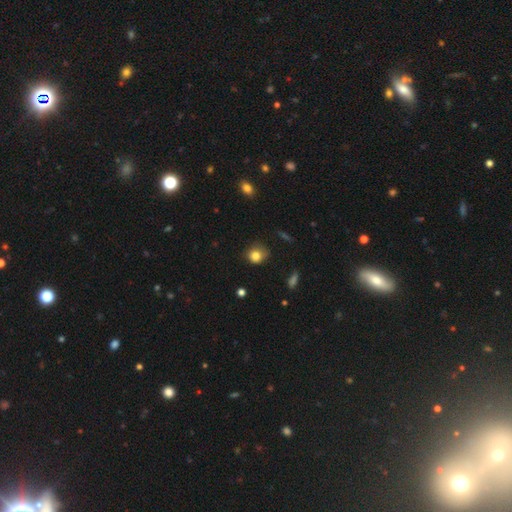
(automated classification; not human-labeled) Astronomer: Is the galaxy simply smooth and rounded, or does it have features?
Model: smooth — 80%.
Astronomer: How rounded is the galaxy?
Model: round — 77%.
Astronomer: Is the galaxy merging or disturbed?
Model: none — 63%.